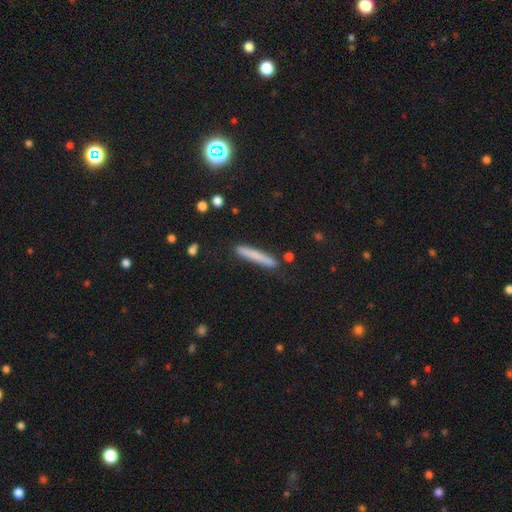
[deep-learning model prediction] Smooth or featured? Predicted: smooth (p=0.71). How rounded? Predicted: cigar-shaped (p=0.95). Merging? Predicted: none (p=0.85).